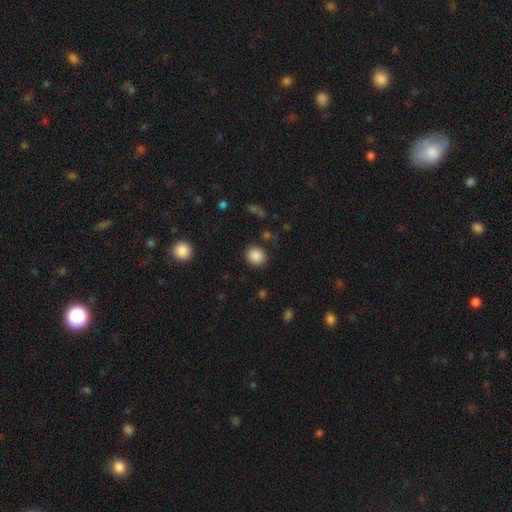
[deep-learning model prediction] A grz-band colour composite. It shows a smooth galaxy with no disk features (87%) that is round (79%). Merging: none (86%).